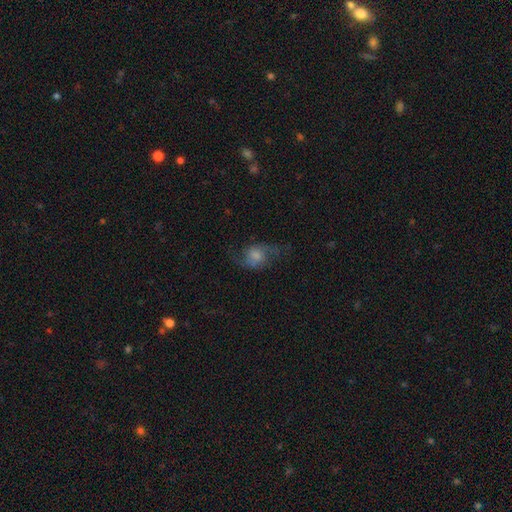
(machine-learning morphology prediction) A featured or disk galaxy (57%) with no bar (60%), spiral arms (88%) and a moderate central bulge (36%).

Vote fractions:
- Smooth or featured? featured or disk: 57% / smooth: 33% / star or artifact: 10%
- Edge-on disk? no: 96% / yes: 4%
- Bar? no: 60% / weak: 34% / strong: 6%
- Spiral arms? yes: 88% / no: 12%
- Bulge size? moderate: 36% / small: 24% / large: 19% / none: 17% / dominant: 4%
- Merging? none: 59% / minor disturbance: 21% / major disturbance: 19% / merger: 2%